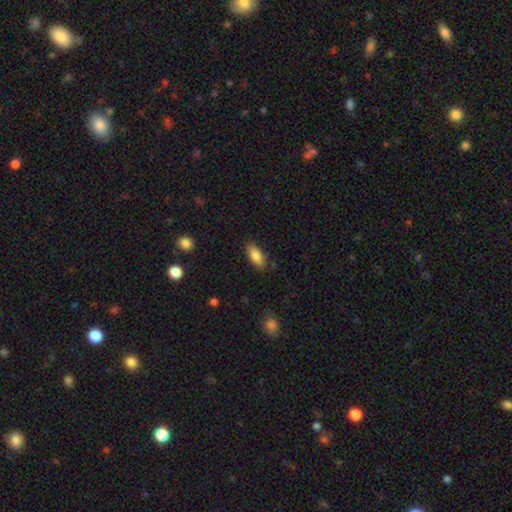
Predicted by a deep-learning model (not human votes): This appears to be a smooth galaxy with no disk features (85%) that is in between round and cigar-shaped (82%). Merging: none (81%).